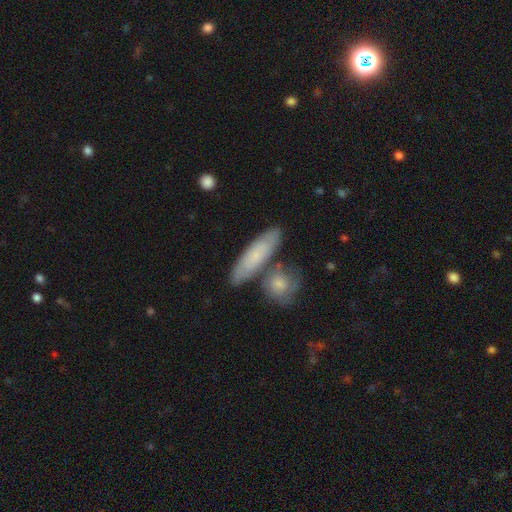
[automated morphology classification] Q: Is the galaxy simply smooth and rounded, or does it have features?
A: smooth — 64%.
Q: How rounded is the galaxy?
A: cigar-shaped — 61%.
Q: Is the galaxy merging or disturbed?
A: none — 69%.